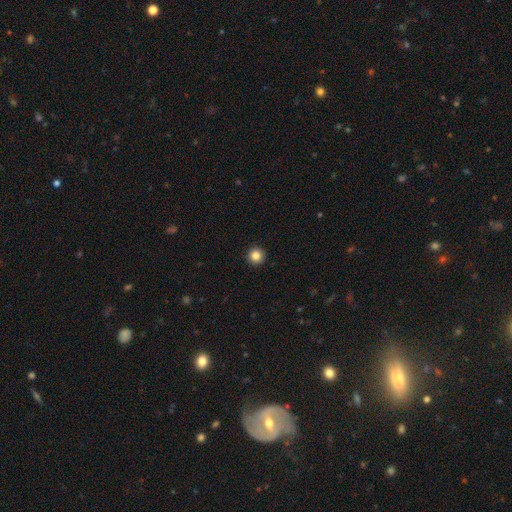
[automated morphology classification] Q: Smooth or featured?
A: smooth (85%); runner-up: star or artifact (10%)
Q: How rounded?
A: round (96%); runner-up: in between (3%)
Q: Merging?
A: none (94%); runner-up: minor disturbance (4%)